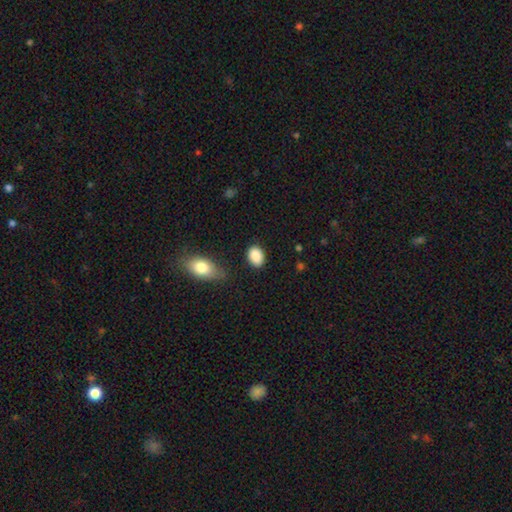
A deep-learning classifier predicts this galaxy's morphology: smooth-or-featured: smooth: 88% | star or artifact: 7% | featured or disk: 5%
  how-rounded: in between: 74% | round: 25% | cigar-shaped: 1%
  merging: none: 83% | minor disturbance: 11% | major disturbance: 3% | merger: 3%